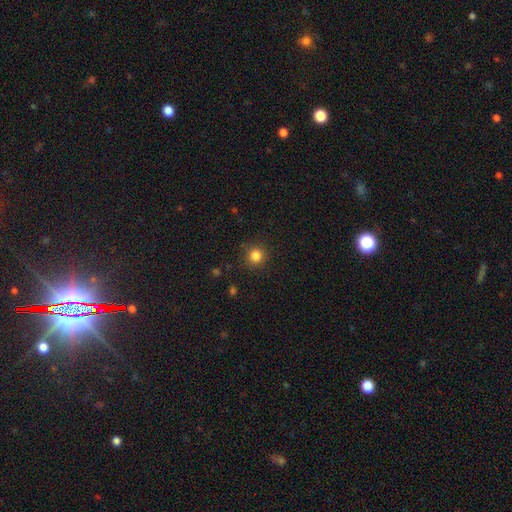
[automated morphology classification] The model was most divided on "smooth or featured": smooth: 84%, star or artifact: 12%, featured or disk: 4%. More confident: how rounded — round (93%); merging — none (89%).